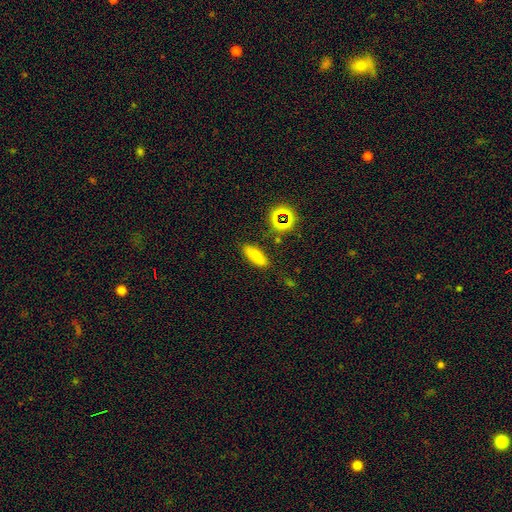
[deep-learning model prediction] smooth_or_featured: smooth (p=0.78) [alt: star or artifact p=0.14]
how_rounded: in between (p=0.55) [alt: cigar-shaped p=0.41]
merging: none (p=0.84) [alt: minor disturbance p=0.10]